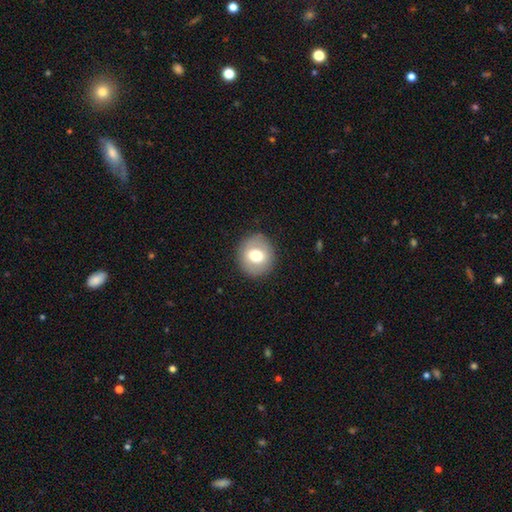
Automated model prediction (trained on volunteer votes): Smooth or featured?
  - smooth: 68% *
  - featured or disk: 24%
  - star or artifact: 8%
How rounded?
  - round: 85% *
  - in between: 14%
  - cigar-shaped: 1%
Merging?
  - none: 88% *
  - minor disturbance: 8%
  - major disturbance: 3%
  - merger: 1%